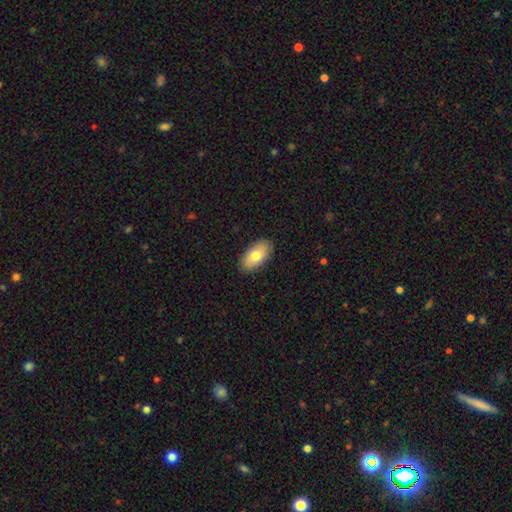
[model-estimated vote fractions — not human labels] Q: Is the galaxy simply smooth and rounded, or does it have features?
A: smooth — 76%.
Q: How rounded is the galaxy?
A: in between — 94%.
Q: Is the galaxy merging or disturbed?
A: none — 88%.